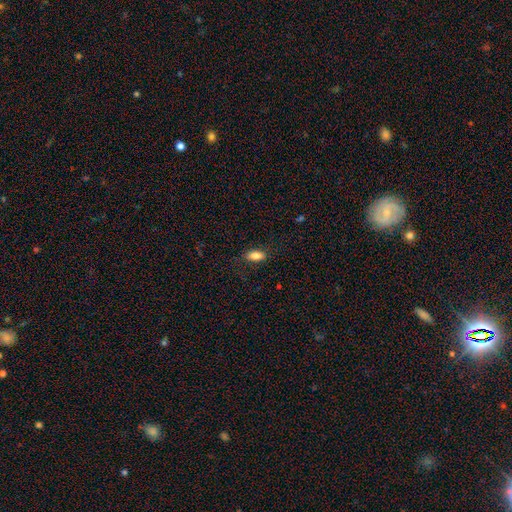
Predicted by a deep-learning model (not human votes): This appears to be a smooth galaxy with no disk features (85%) that is in between round and cigar-shaped (87%). Merging: none (83%).